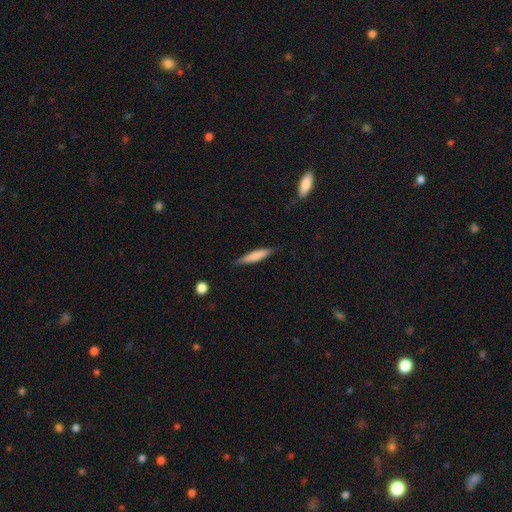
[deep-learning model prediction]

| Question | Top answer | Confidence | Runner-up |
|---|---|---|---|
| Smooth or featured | smooth | 73% | featured or disk (21%) |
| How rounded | cigar-shaped | 87% | in between (11%) |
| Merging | none | 84% | minor disturbance (12%) |